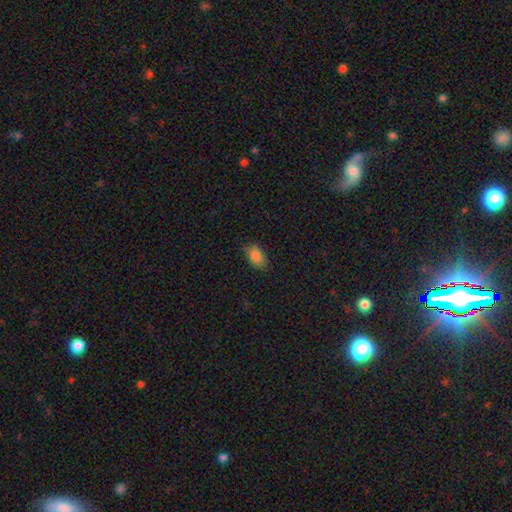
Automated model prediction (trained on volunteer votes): The model was most divided on "merging": none: 81%, minor disturbance: 15%, major disturbance: 3%, merger: 1%. More confident: how rounded — in between (90%); smooth or featured — smooth (86%).